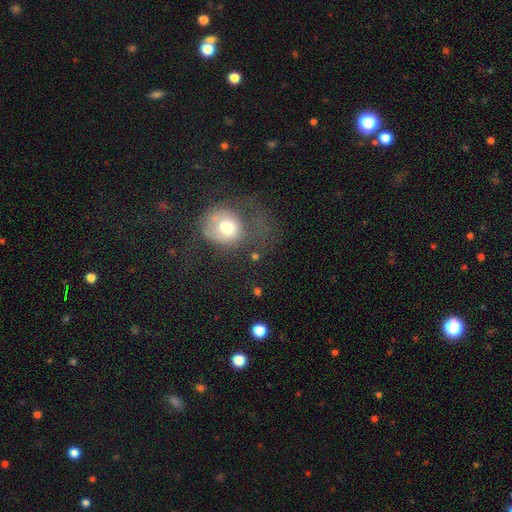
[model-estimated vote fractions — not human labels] Smooth or featured: smooth — 63% (featured or disk — 24%)
How rounded: round — 80% (in between — 18%)
Merging: major disturbance — 48% (none — 28%)